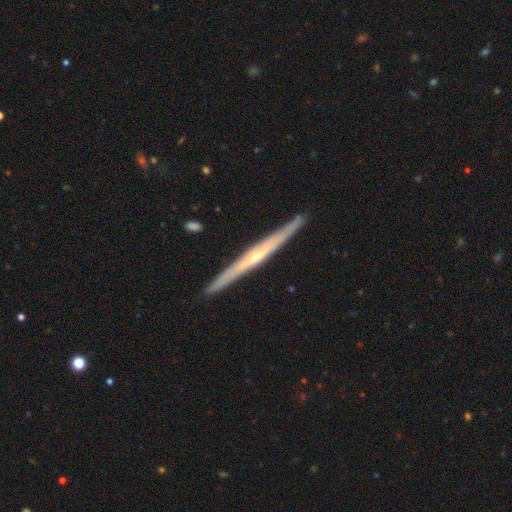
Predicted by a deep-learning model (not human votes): smooth-or-featured: featured or disk: 75% | smooth: 20% | star or artifact: 5%
  disk-edge-on: yes: 97% | no: 3%
    edge-on-bulge: rounded: 54% | none: 41% | boxy: 5%
  merging: none: 91% | minor disturbance: 7% | major disturbance: 1% | merger: 1%